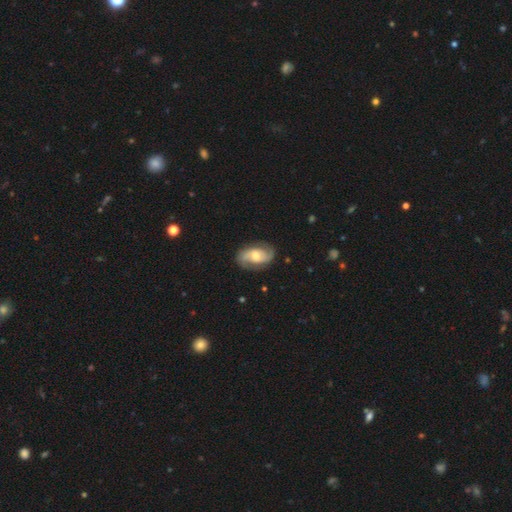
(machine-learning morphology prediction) featured or disk 76%, smooth 18%, star or artifact 6%. Down the decision tree: edge-on disk — no (96%); bar — no (51%); spiral arms — yes (93%); spiral arm count — 2 (88%); spiral winding — medium (46%); bulge size — moderate (60%); merging — none (78%).